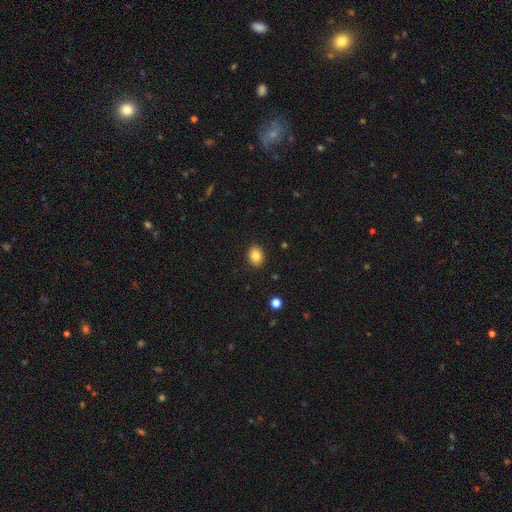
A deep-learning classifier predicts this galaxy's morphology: A smooth galaxy with no disk features (84%) that is in between round and cigar-shaped (61%). Merging: none (90%).